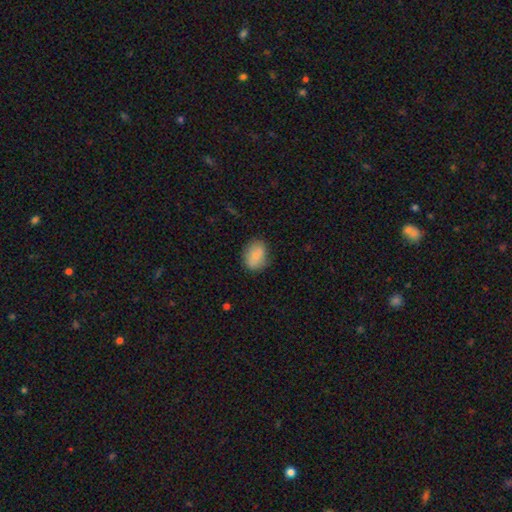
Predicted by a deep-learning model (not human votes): The model was most divided on "how rounded": in between: 74%, round: 25%, cigar-shaped: 1%. More confident: smooth or featured — smooth (83%); merging — none (78%).